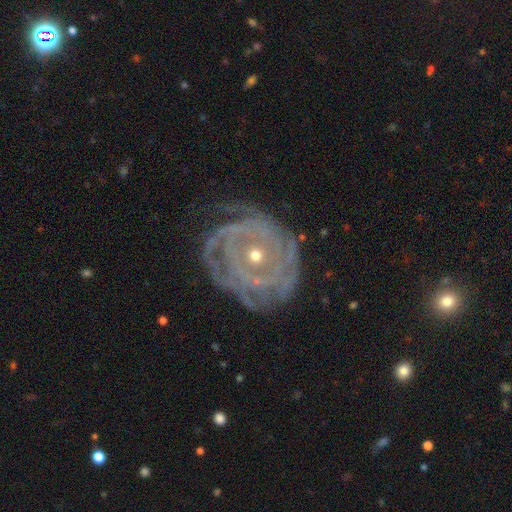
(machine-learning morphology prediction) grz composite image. It shows a featured or disk galaxy (87%) with no bar (80%), tight (81%) spiral arms (92%) and a small central bulge (63%). Merging: none (63%).